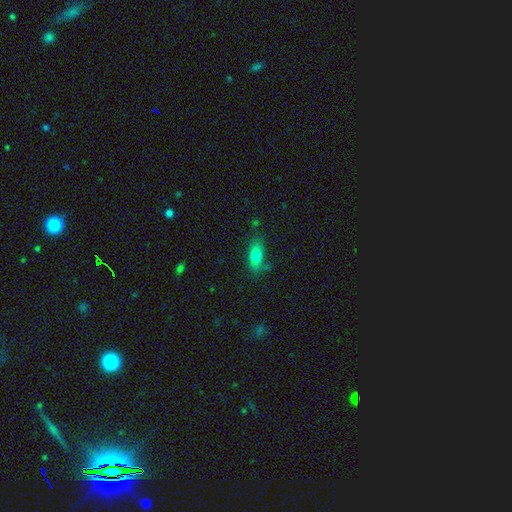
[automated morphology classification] This is likely a smooth galaxy (78%). How rounded: likely in between (80%). Merging: likely none (68%).